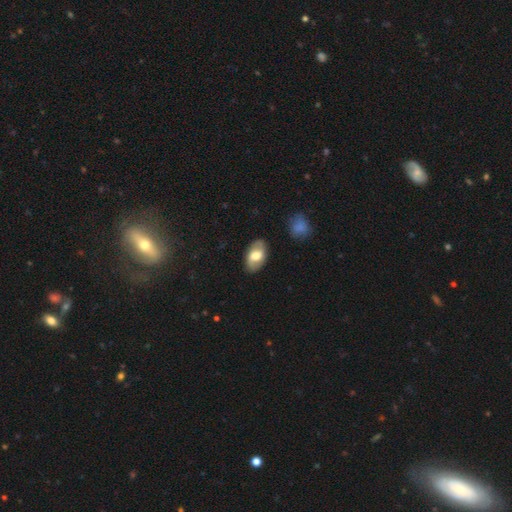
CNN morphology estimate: Smooth or featured? smooth (61%)
How rounded? in between (93%)
Merging? none (84%)